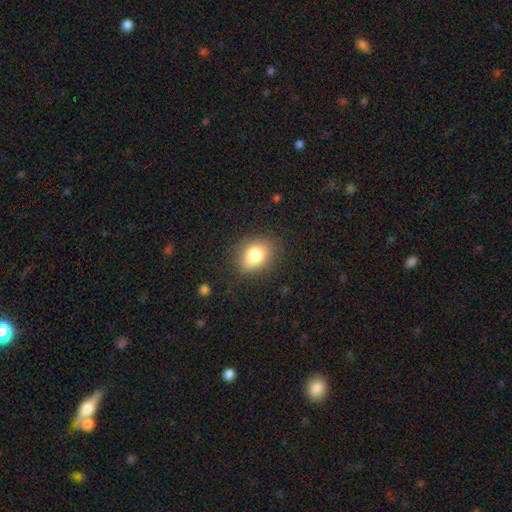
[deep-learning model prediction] The model was most divided on "how rounded": in between: 70%, round: 29%, cigar-shaped: 1%. More confident: smooth or featured — smooth (81%); merging — none (80%).